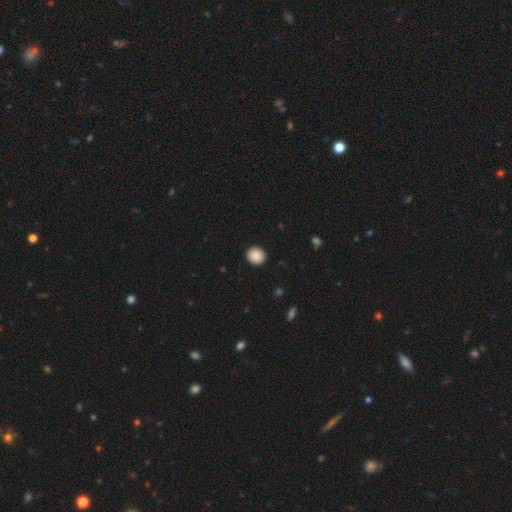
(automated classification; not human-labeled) smooth-or-featured: smooth: 88% | star or artifact: 8% | featured or disk: 3%
  how-rounded: round: 85% | in between: 14% | cigar-shaped: 1%
  merging: none: 92% | minor disturbance: 5% | major disturbance: 2% | merger: 1%